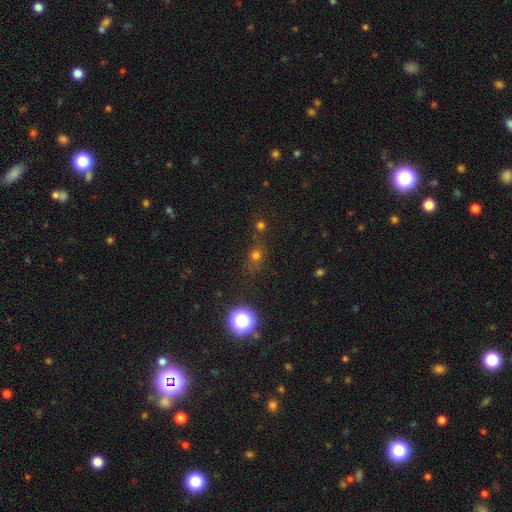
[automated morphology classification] Smooth or featured: smooth — 60% (star or artifact — 31%)
How rounded: round — 72% (in between — 26%)
Merging: none — 69% (minor disturbance — 15%)